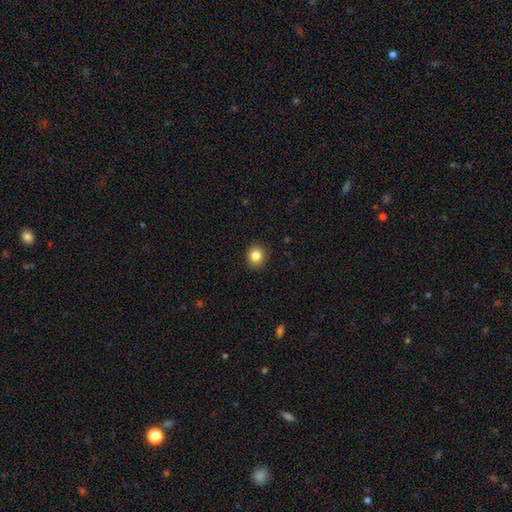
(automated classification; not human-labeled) Morphology: type=smooth (84%); roundness=round (78%); merging=none (91%).